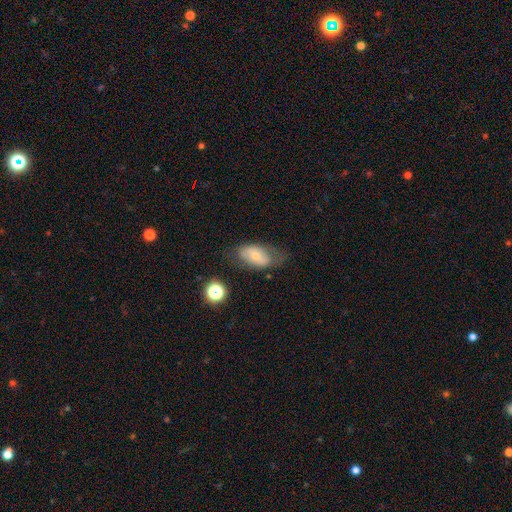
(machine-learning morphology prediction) Smooth or featured: smooth — 55% (featured or disk — 36%)
How rounded: in between — 90% (round — 7%)
Merging: none — 56% (minor disturbance — 27%)